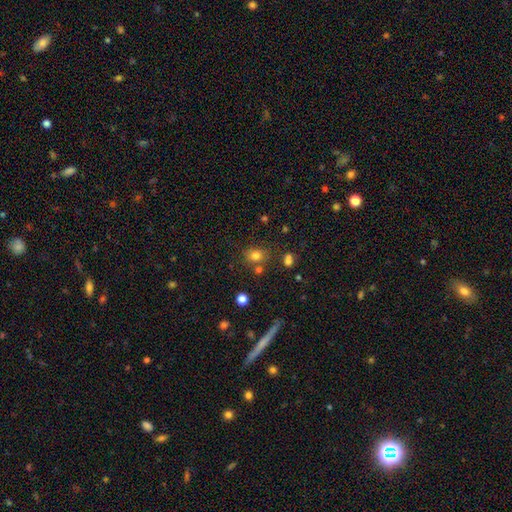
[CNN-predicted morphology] This is likely a smooth galaxy (77%). How rounded: possibly round (57%). Merging: likely none (70%).